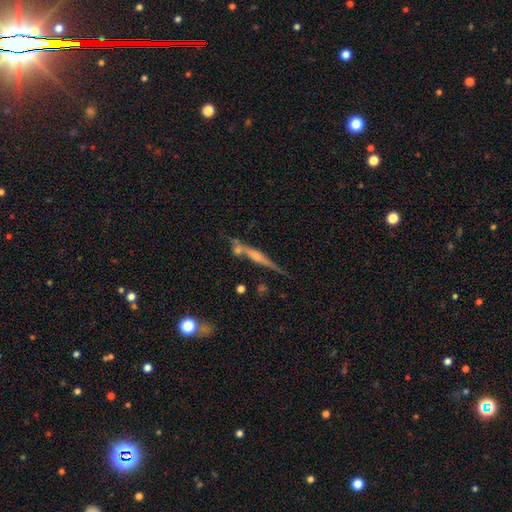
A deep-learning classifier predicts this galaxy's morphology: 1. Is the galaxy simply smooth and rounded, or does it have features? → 71% featured or disk, 20% smooth, 9% star or artifact.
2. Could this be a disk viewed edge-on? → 95% yes, 5% no.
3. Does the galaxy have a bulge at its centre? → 66% rounded, 19% none, 14% boxy.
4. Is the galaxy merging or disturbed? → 66% none, 16% minor disturbance, 13% merger, 6% major disturbance.